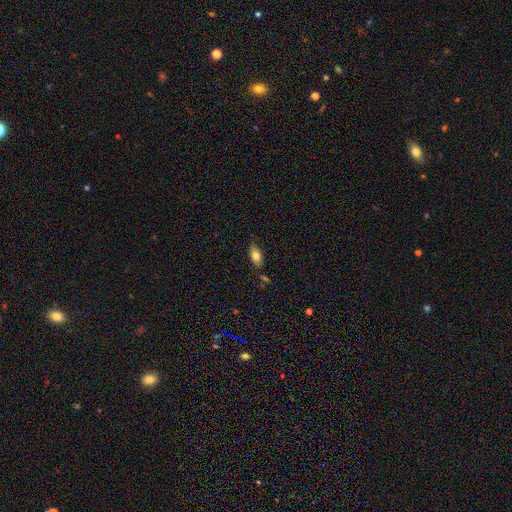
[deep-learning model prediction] Smooth or featured? smooth (78%)
How rounded? in between (88%)
Merging? none (75%)